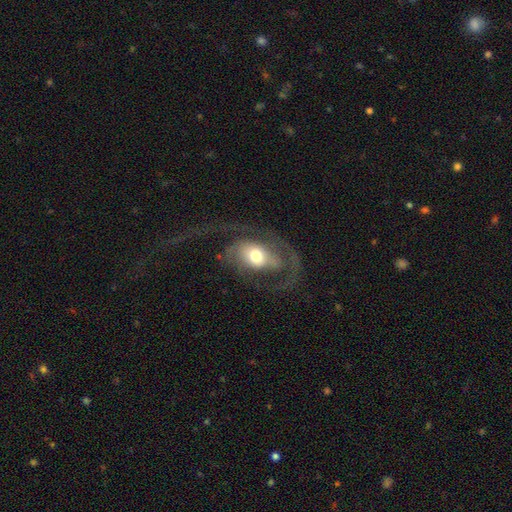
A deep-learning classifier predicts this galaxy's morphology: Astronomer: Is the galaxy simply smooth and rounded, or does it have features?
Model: featured or disk — 66%.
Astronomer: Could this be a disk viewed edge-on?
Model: no — 95%.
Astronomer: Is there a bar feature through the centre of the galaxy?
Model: no — 63%.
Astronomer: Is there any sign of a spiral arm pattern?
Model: yes — 76%.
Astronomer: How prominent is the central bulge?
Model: moderate — 63%.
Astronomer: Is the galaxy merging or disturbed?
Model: none — 43% (runner-up: major disturbance, 40%).